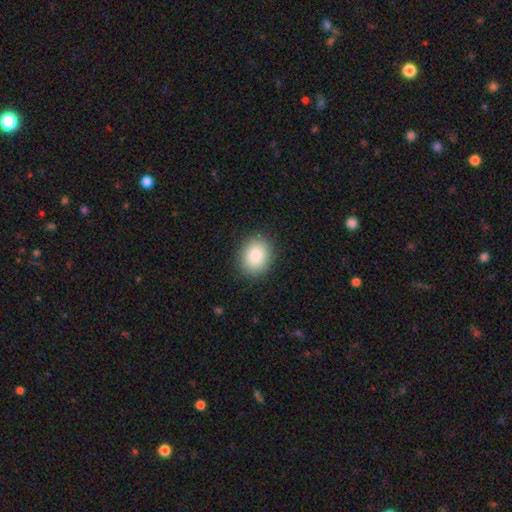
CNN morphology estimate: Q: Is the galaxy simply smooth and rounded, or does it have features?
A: smooth — 87%.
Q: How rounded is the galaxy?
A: round — 51%.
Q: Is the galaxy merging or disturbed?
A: none — 88%.